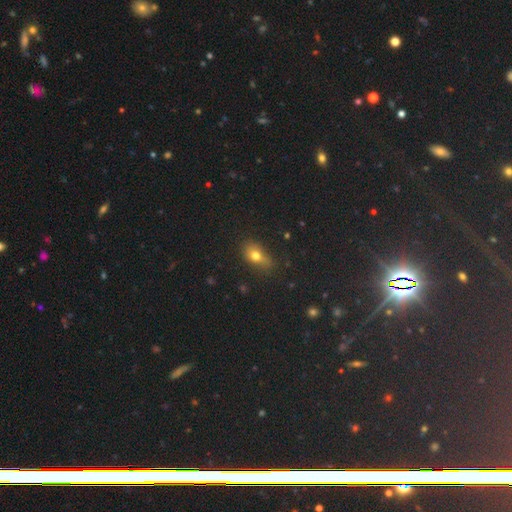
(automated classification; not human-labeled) smooth_or_featured: smooth (p=0.72) [alt: star or artifact p=0.14]
how_rounded: in between (p=0.70) [alt: round p=0.24]
merging: none (p=0.61) [alt: minor disturbance p=0.25]